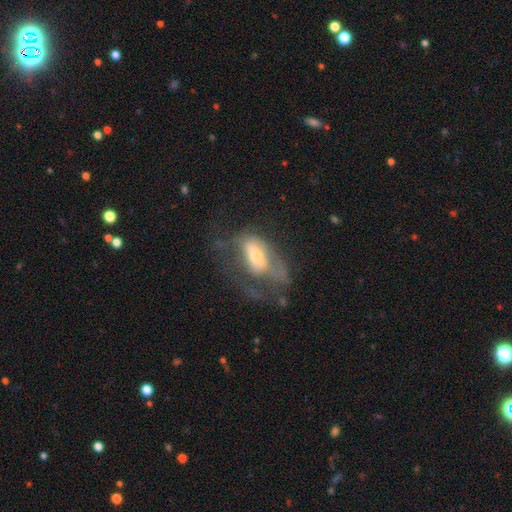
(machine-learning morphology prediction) Q: Smooth or featured?
A: featured or disk (53%); runner-up: smooth (38%)
Q: Edge-on disk?
A: no (89%); runner-up: yes (11%)
Q: Merging?
A: major disturbance (51%); runner-up: none (26%)